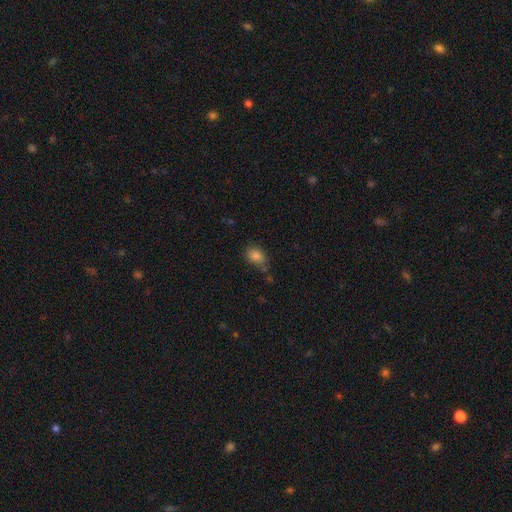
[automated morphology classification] smooth 84%, star or artifact 10%, featured or disk 5%. Down the decision tree: how rounded — in between (71%); merging — none (69%).